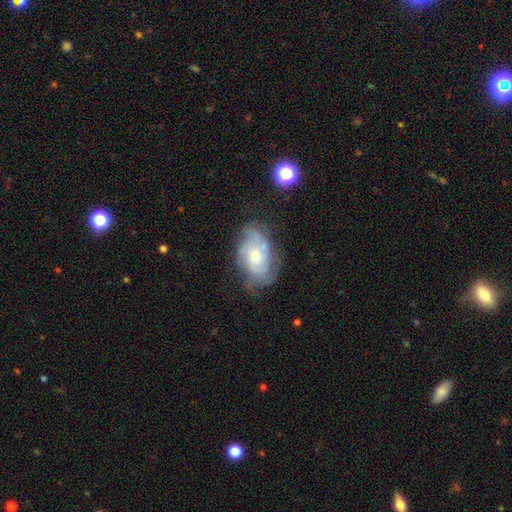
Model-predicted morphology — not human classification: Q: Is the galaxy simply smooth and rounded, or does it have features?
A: featured or disk — 75%.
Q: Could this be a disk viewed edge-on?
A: no — 96%.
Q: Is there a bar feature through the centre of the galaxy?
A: no — 72%.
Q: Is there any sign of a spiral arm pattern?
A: yes — 90%.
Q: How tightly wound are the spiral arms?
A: tight — 55%.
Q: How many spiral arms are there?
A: can't tell — 44%.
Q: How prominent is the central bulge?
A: moderate — 53%.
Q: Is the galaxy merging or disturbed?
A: none — 63%.